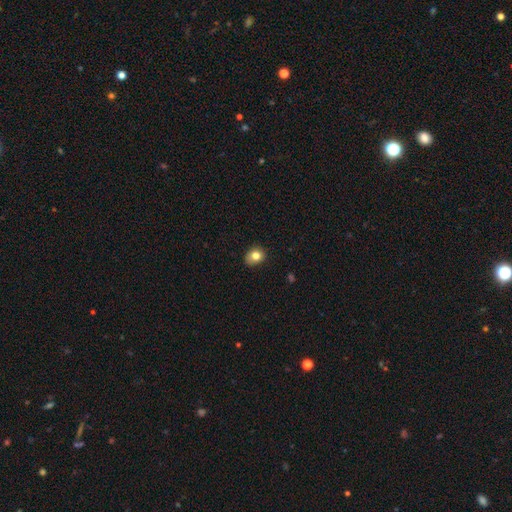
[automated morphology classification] Smooth or featured? Predicted: smooth (p=0.80). How rounded? Predicted: round (p=0.57). Merging? Predicted: none (p=0.78).